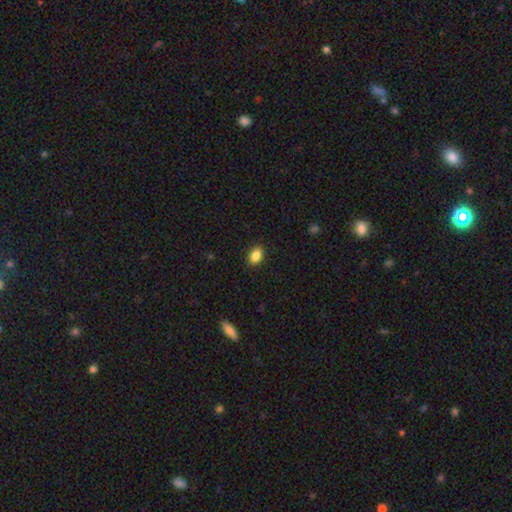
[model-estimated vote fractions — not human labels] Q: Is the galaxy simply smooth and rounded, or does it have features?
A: smooth — 87%.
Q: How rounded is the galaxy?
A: in between — 79%.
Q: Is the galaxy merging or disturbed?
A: none — 89%.